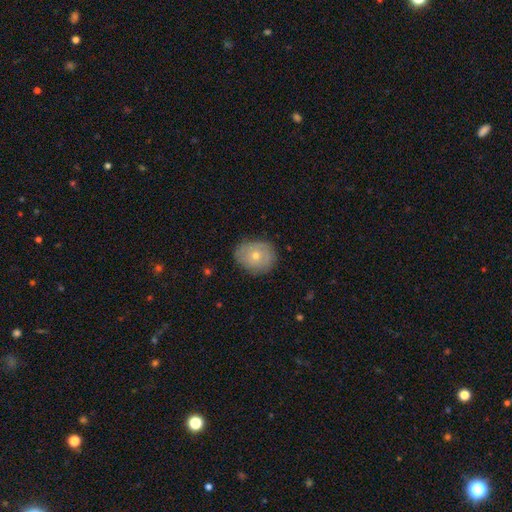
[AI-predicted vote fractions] Smooth or featured? smooth (57%)
How rounded? round (63%)
Merging? none (79%)